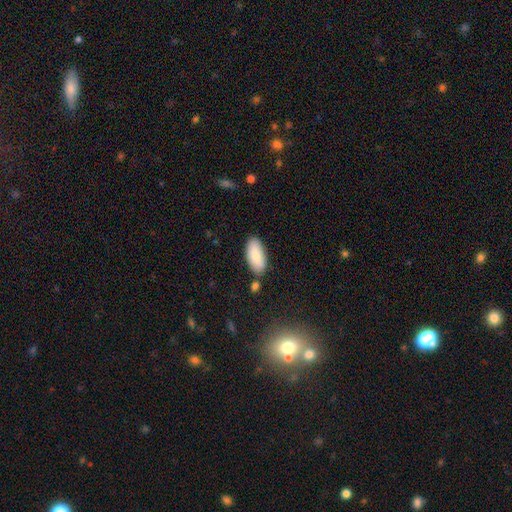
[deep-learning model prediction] Smooth or featured? smooth (81%)
How rounded? in between (91%)
Merging? none (78%)